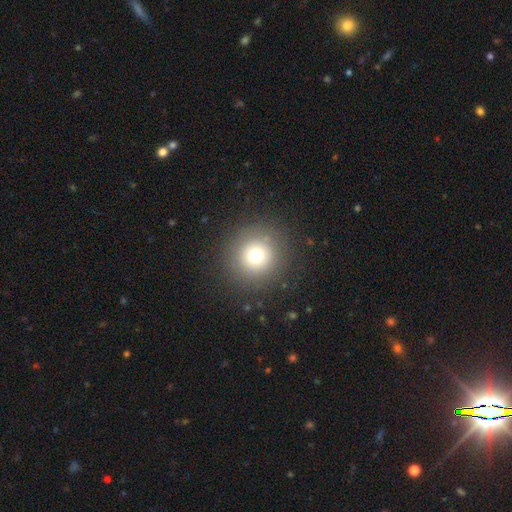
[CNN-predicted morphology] Q: Smooth or featured?
A: smooth (72%); runner-up: star or artifact (16%)
Q: How rounded?
A: round (95%); runner-up: in between (4%)
Q: Merging?
A: none (88%); runner-up: minor disturbance (7%)